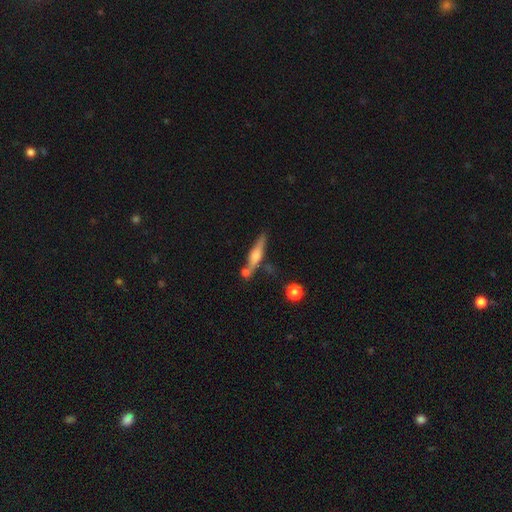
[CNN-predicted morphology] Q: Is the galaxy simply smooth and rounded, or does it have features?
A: featured or disk — 49%.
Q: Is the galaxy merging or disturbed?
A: none — 61%.